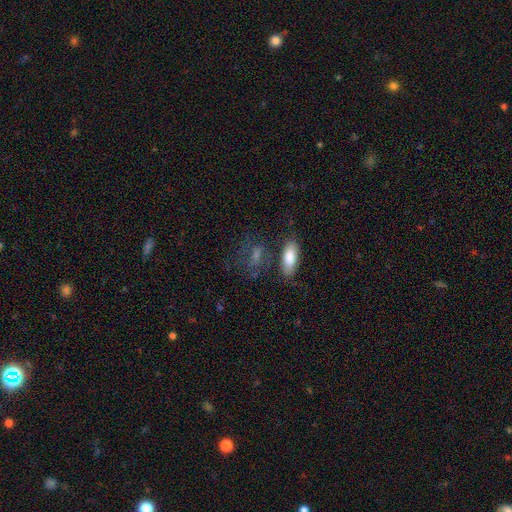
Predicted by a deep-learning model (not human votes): The model was most divided on "merging": none: 56%, minor disturbance: 19%, merger: 13%, major disturbance: 13%. More confident: how rounded — in between (67%); smooth or featured — smooth (62%).